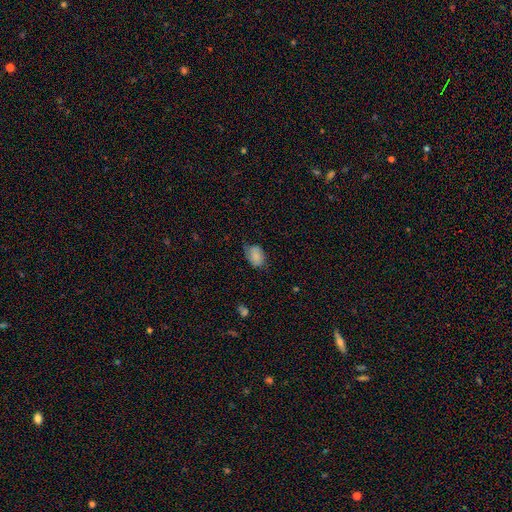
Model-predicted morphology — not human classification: Smooth or featured: smooth — 80% (featured or disk — 13%)
How rounded: in between — 81% (round — 18%)
Merging: none — 58% (minor disturbance — 33%)